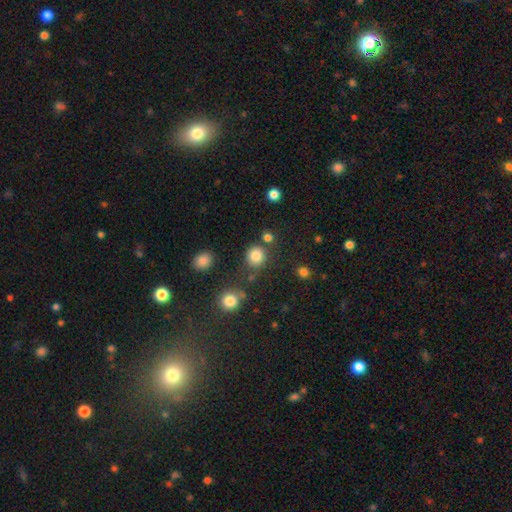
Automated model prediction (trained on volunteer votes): smooth 82%, star or artifact 12%, featured or disk 5%. Down the decision tree: how rounded — round (84%); merging — none (75%).